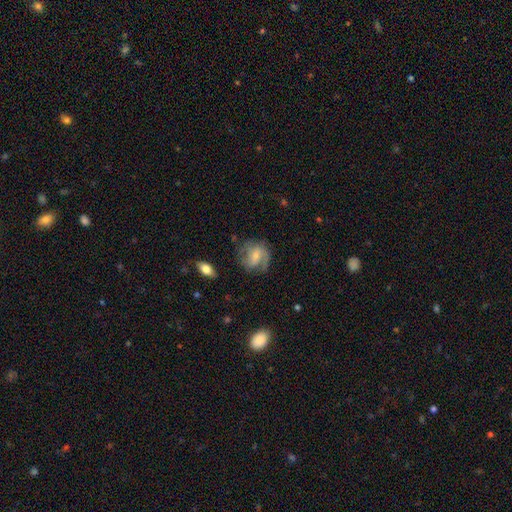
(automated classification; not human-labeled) Smooth or featured?
  - featured or disk: 63% *
  - smooth: 30%
  - star or artifact: 7%
Edge-on disk?
  - no: 97% *
  - yes: 3%
Bar?
  - weak: 47% *
  - no: 37%
  - strong: 16%
Spiral arms?
  - yes: 86% *
  - no: 14%
Spiral winding?
  - medium: 44% *
  - tight: 29%
  - loose: 27%
Spiral arm count?
  - 2: 53% *
  - can't tell: 18%
  - 1: 18%
  - 3: 7%
  - 4: 2%
  - more than 4: 2%
Bulge size?
  - small: 54% *
  - moderate: 34%
  - none: 8%
  - large: 3%
  - dominant: 1%
Merging?
  - none: 60% *
  - minor disturbance: 22%
  - major disturbance: 16%
  - merger: 2%